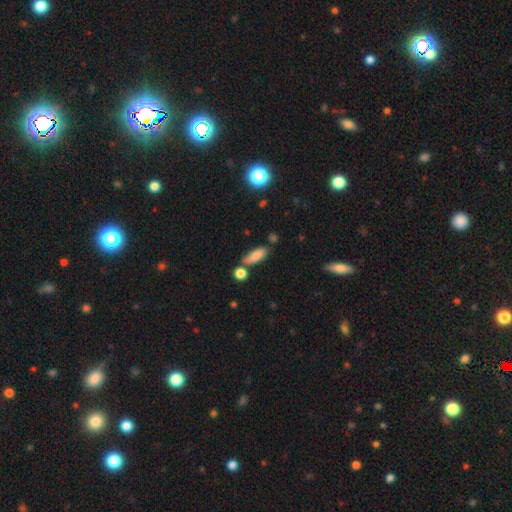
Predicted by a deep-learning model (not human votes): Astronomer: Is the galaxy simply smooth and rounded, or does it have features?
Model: smooth — 81%.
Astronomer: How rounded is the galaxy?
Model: in between — 65%.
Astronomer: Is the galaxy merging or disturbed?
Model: none — 62%.